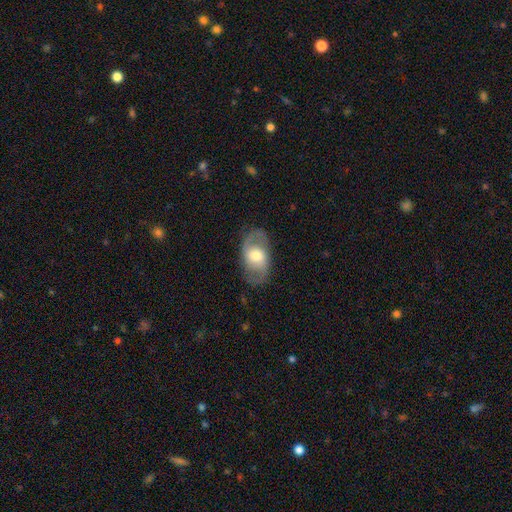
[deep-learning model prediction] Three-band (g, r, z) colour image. It shows a featured or disk galaxy (66%) with no bar (55%), spiral arms (78%) and a moderate central bulge (62%). Merging: none (79%).